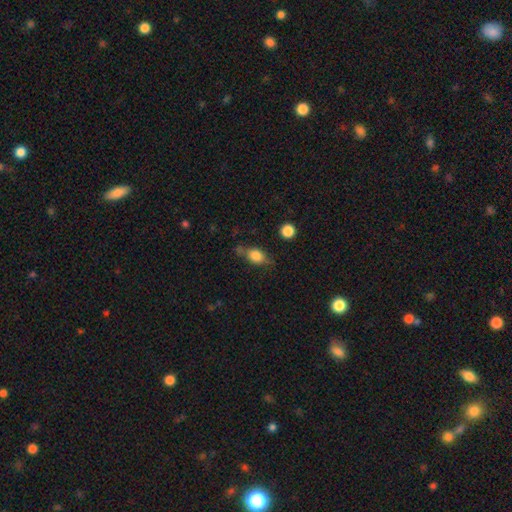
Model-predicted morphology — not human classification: smooth 73%, featured or disk 17%, star or artifact 10%. Down the decision tree: how rounded — in between (65%); merging — none (58%).